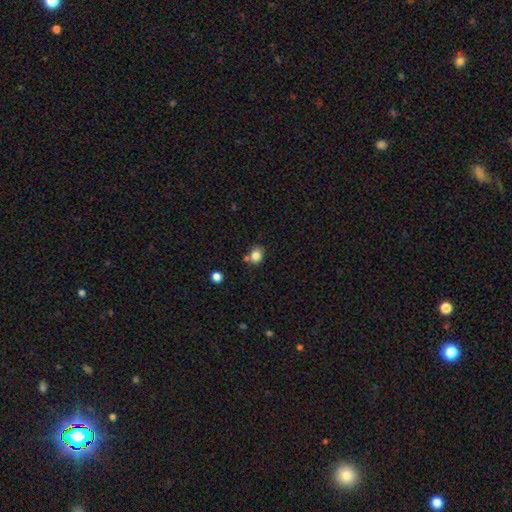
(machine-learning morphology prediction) A smooth galaxy with no disk features (83%) that is round (54%). Merging: none (61%).